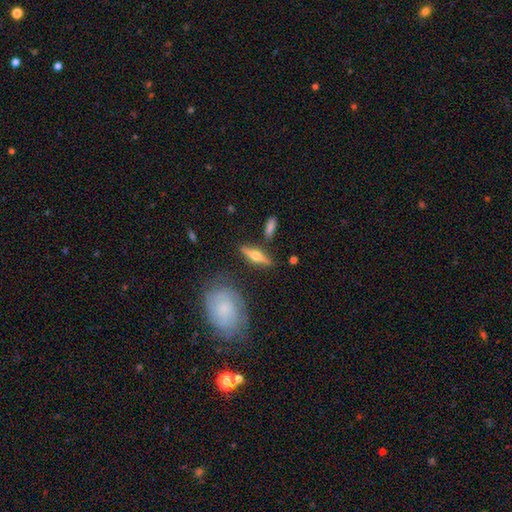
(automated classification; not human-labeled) Smooth or featured? Predicted: featured or disk (p=0.66). Edge-on disk? Predicted: yes (p=0.93). Edge-on bulge? Predicted: rounded (p=0.96). Merging? Predicted: none (p=0.83).